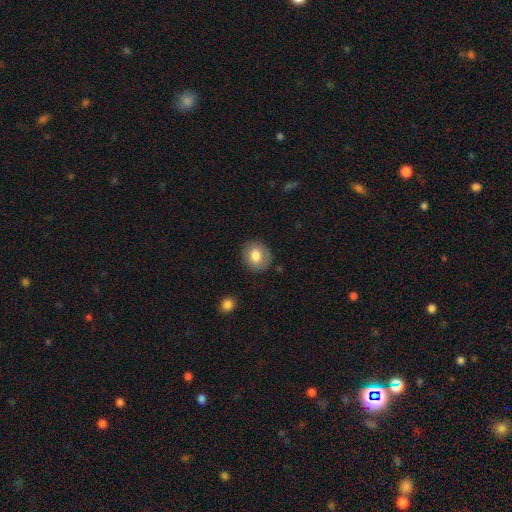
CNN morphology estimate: This is likely a smooth galaxy (79%). How rounded: likely round (75%). Merging: clearly none (85%).